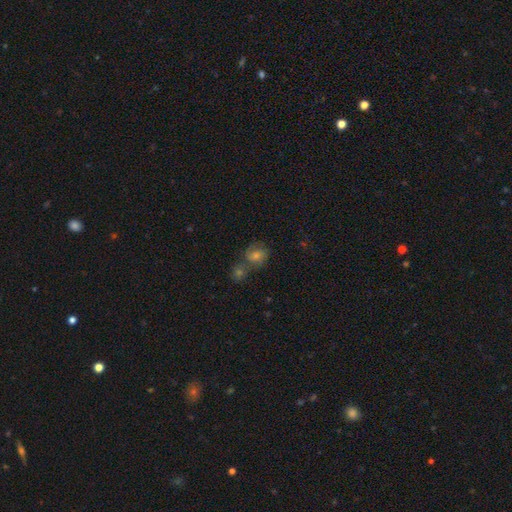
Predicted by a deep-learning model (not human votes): Smooth or featured: smooth — 45% (featured or disk — 33%)
Merging: none — 51% (merger — 32%)